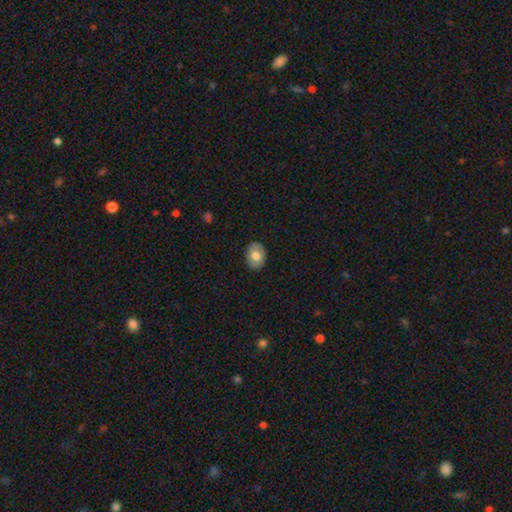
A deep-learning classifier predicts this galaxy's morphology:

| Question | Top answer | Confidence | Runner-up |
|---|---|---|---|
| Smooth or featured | smooth | 71% | featured or disk (23%) |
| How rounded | in between | 73% | round (27%) |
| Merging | none | 87% | minor disturbance (10%) |